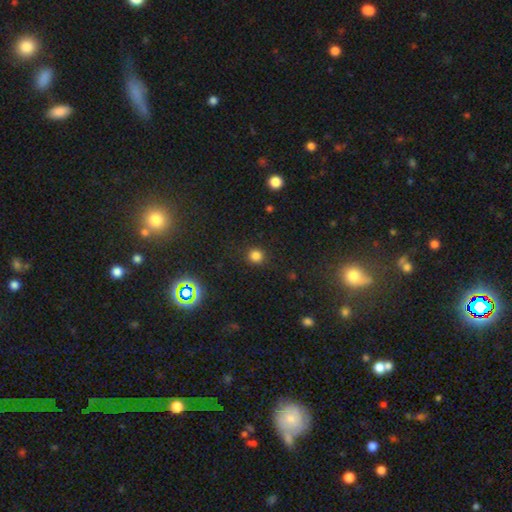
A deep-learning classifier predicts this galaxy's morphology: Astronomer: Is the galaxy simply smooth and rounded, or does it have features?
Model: smooth — 80%.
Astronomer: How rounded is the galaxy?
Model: round — 91%.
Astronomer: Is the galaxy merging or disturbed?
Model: none — 87%.